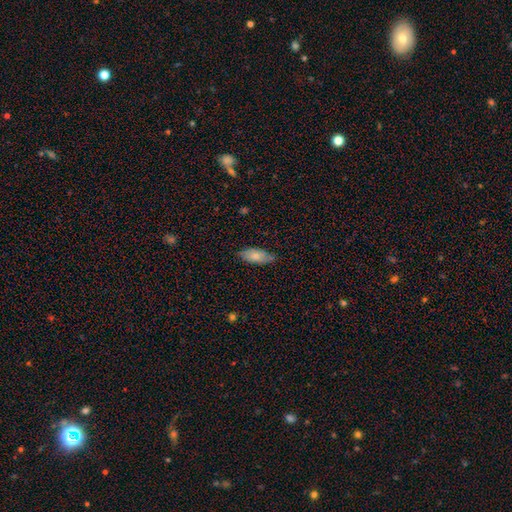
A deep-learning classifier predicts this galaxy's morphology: smooth-or-featured: smooth: 77% | featured or disk: 17% | star or artifact: 6%
  how-rounded: in between: 84% | cigar-shaped: 14% | round: 2%
  merging: none: 79% | minor disturbance: 17% | major disturbance: 3% | merger: 1%